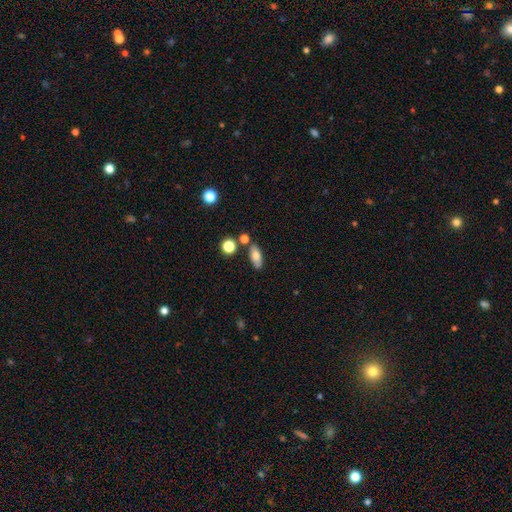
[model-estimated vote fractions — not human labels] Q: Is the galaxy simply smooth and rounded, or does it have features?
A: smooth — 73%.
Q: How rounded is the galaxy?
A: in between — 80%.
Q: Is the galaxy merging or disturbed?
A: none — 76%.